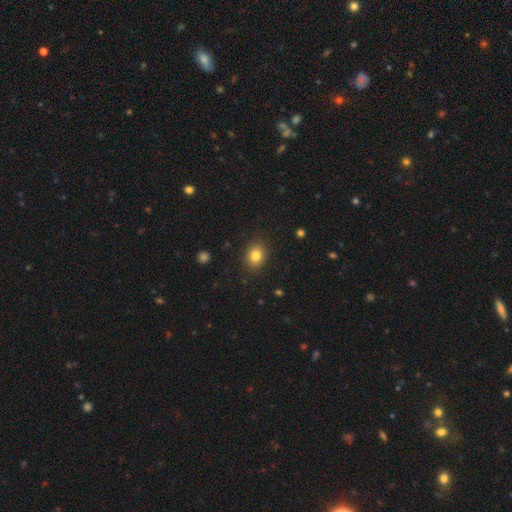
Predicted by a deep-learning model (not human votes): A smooth galaxy with no disk features (82%) that is round (53%).

Vote fractions:
- Smooth or featured? smooth: 82% / star or artifact: 10% / featured or disk: 7%
- How rounded? round: 53% / in between: 46% / cigar-shaped: 1%
- Merging? none: 87% / minor disturbance: 9% / major disturbance: 3% / merger: 1%